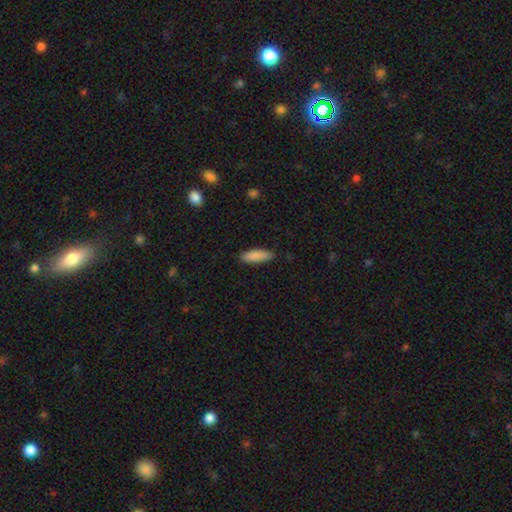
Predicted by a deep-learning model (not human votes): smooth_or_featured: smooth (p=0.88) [alt: star or artifact p=0.06]
how_rounded: in between (p=0.50) [alt: cigar-shaped p=0.48]
merging: none (p=0.86) [alt: minor disturbance p=0.11]